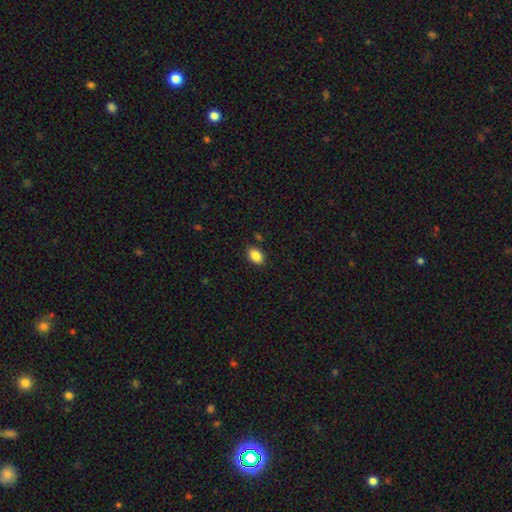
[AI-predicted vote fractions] smooth_or_featured: smooth (p=0.87) [alt: star or artifact p=0.09]
how_rounded: in between (p=0.85) [alt: round p=0.14]
merging: none (p=0.86) [alt: minor disturbance p=0.10]